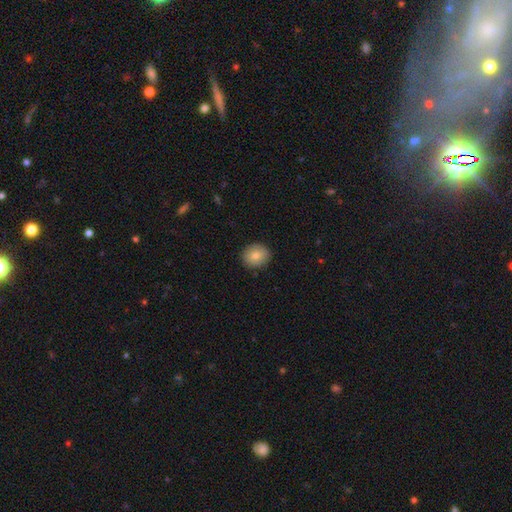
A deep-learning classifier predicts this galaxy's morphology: This is likely a smooth galaxy (80%). How rounded: likely round (72%). Merging: clearly none (89%).